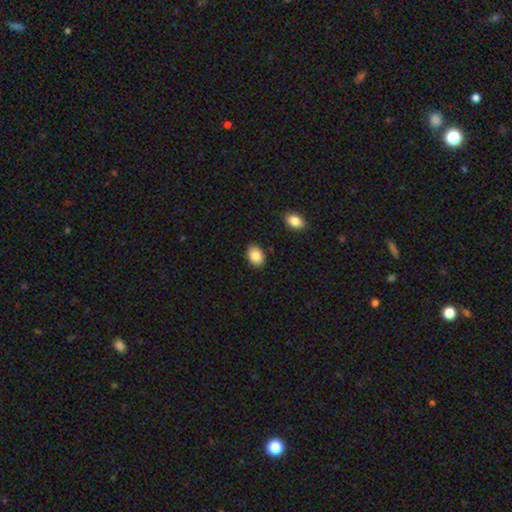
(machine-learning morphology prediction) The model was most divided on "how rounded": in between: 72%, round: 27%, cigar-shaped: 1%. More confident: smooth or featured — smooth (87%); merging — none (85%).